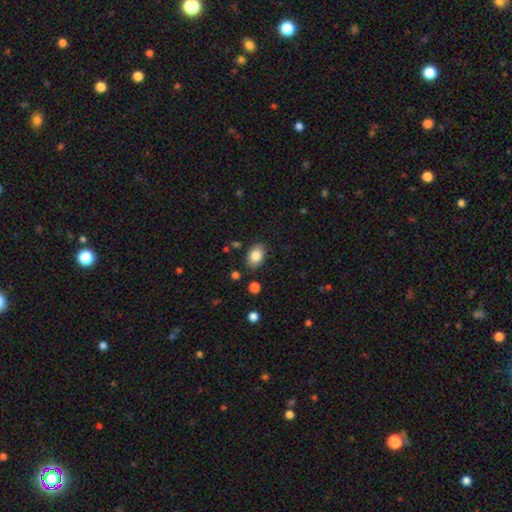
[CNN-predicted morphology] smooth-or-featured: smooth: 85% | star or artifact: 8% | featured or disk: 8%
  how-rounded: in between: 84% | round: 15% | cigar-shaped: 1%
  merging: none: 85% | minor disturbance: 10% | major disturbance: 3% | merger: 2%